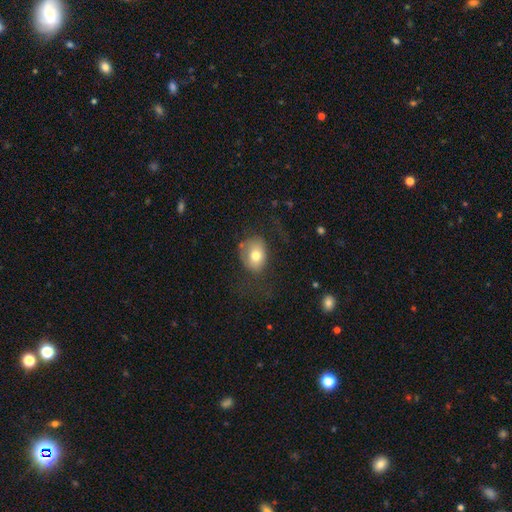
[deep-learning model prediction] A smooth galaxy with no disk features (73%) that is in between round and cigar-shaped (59%).

Vote fractions:
- Smooth or featured? smooth: 73% / featured or disk: 19% / star or artifact: 8%
- How rounded? in between: 59% / round: 40% / cigar-shaped: 1%
- Merging? none: 48% / major disturbance: 26% / minor disturbance: 23% / merger: 2%